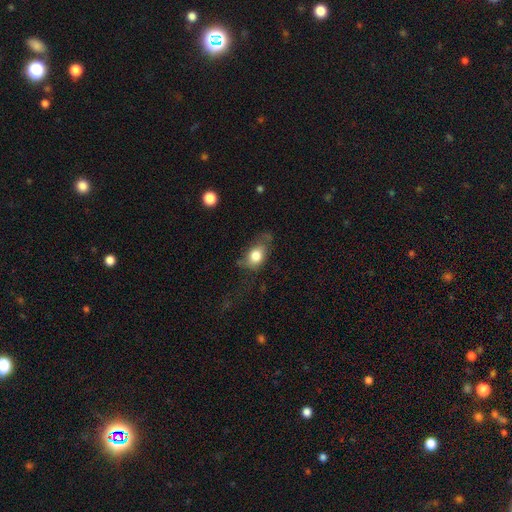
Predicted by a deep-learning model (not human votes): smooth-or-featured: smooth: 76% | featured or disk: 15% | star or artifact: 8%
  how-rounded: in between: 72% | round: 26% | cigar-shaped: 3%
  merging: none: 42% | minor disturbance: 31% | major disturbance: 24% | merger: 3%